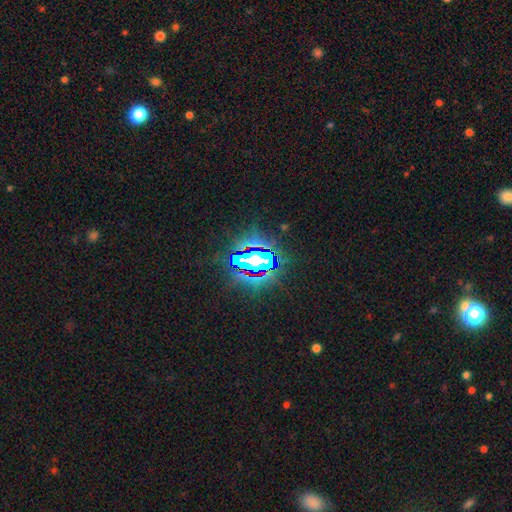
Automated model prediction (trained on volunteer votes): Smooth or featured: star or artifact — 81% (smooth — 11%)